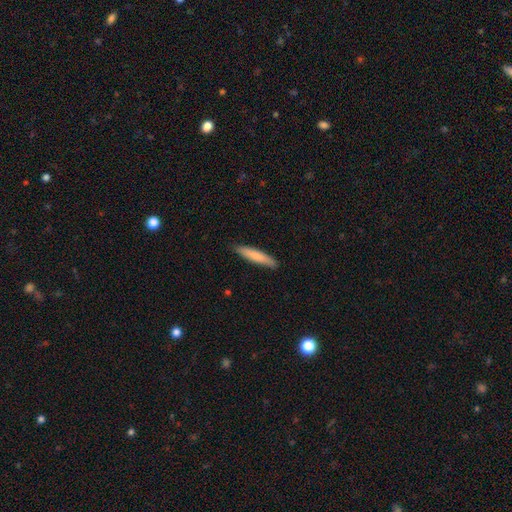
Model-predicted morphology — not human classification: type=smooth (79%); roundness=cigar-shaped (89%); merging=none (89%).